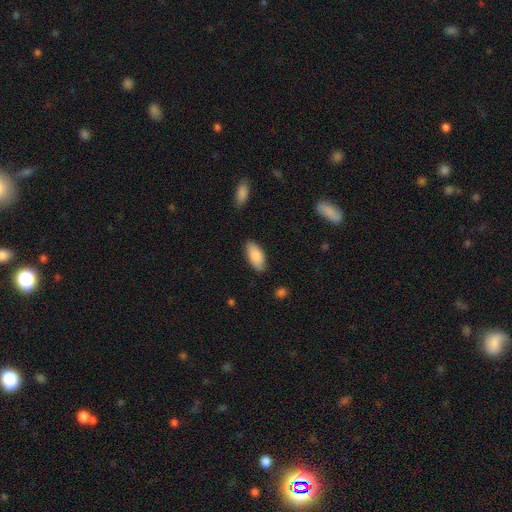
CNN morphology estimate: Smooth or featured? Predicted: smooth (p=0.87). How rounded? Predicted: in between (p=0.90). Merging? Predicted: none (p=0.83).